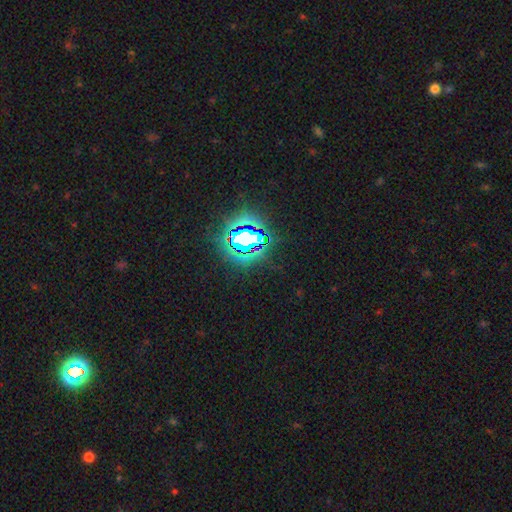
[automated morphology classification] Overall: star or artifact (83%).